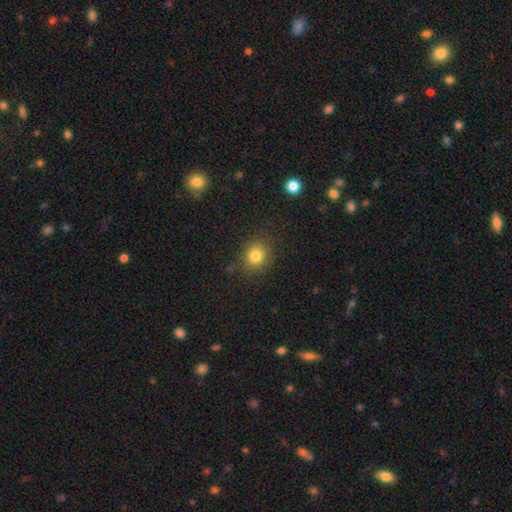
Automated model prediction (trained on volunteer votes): This appears to be a smooth galaxy with no disk features (81%) that is round (74%). Merging: none (84%).